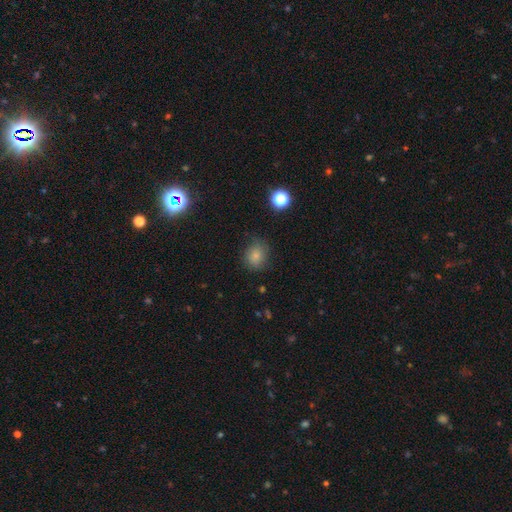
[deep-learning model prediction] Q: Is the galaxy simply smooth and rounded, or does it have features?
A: smooth — 80%.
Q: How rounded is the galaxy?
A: round — 65%.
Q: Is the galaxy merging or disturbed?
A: none — 73%.